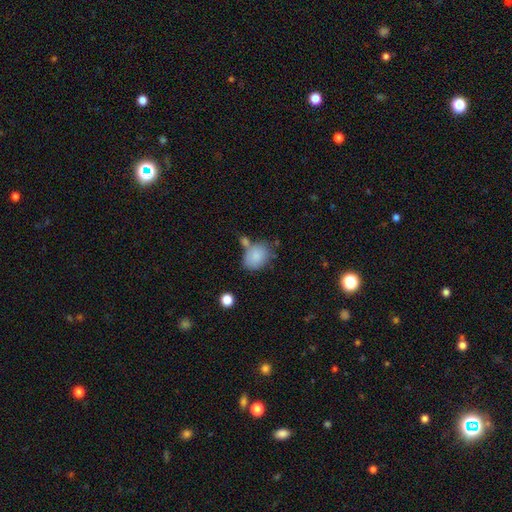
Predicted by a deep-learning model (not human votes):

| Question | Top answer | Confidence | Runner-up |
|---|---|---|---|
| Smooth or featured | smooth | 84% | featured or disk (8%) |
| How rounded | in between | 67% | round (32%) |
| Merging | none | 54% | minor disturbance (20%) |